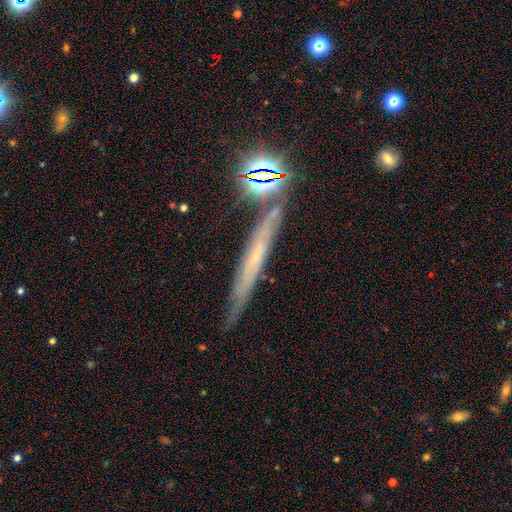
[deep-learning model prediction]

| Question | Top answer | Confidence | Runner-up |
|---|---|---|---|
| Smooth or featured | featured or disk | 48% | smooth (30%) |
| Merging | none | 75% | minor disturbance (15%) |